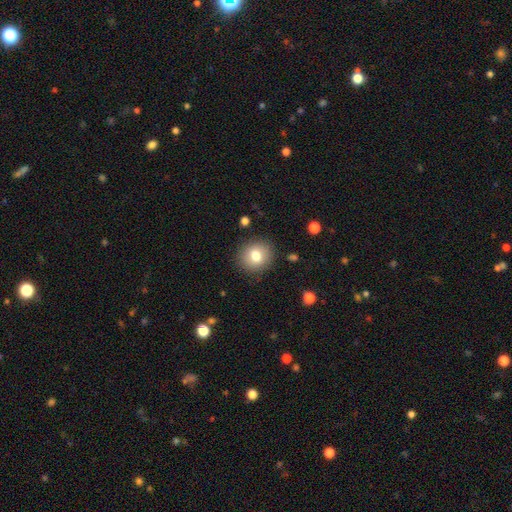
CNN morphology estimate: Q: Smooth or featured?
A: smooth (78%); runner-up: featured or disk (12%)
Q: How rounded?
A: round (82%); runner-up: in between (17%)
Q: Merging?
A: none (88%); runner-up: minor disturbance (8%)